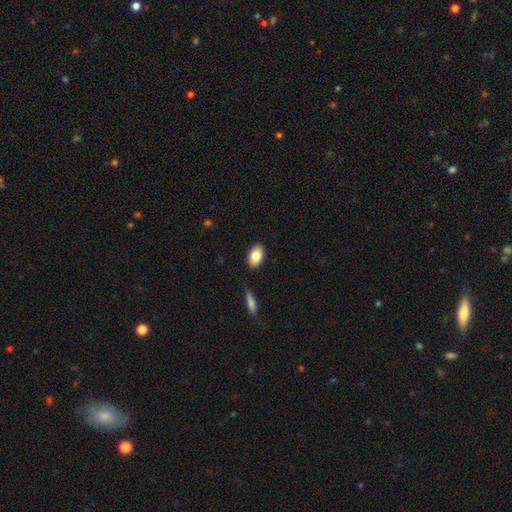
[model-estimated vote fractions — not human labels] smooth-or-featured: smooth: 83% | featured or disk: 10% | star or artifact: 7%
  how-rounded: in between: 91% | round: 7% | cigar-shaped: 2%
  merging: none: 86% | minor disturbance: 10% | merger: 2% | major disturbance: 2%